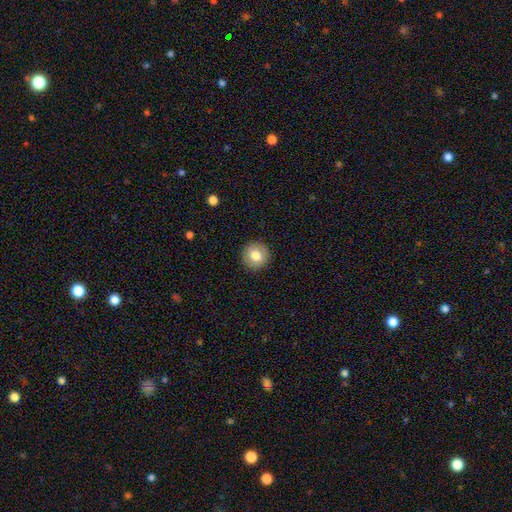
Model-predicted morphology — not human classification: type=smooth (79%); roundness=round (93%); merging=none (92%).